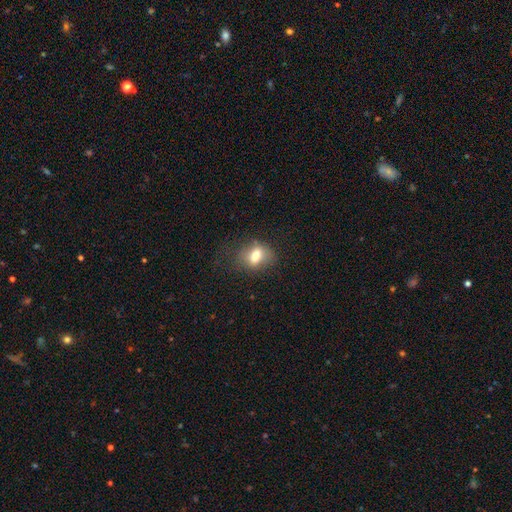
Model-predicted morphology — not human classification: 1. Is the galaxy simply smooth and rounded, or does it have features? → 75% smooth, 15% featured or disk, 10% star or artifact.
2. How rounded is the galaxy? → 76% in between, 21% round, 3% cigar-shaped.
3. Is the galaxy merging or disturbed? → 59% none, 24% minor disturbance, 15% major disturbance, 3% merger.